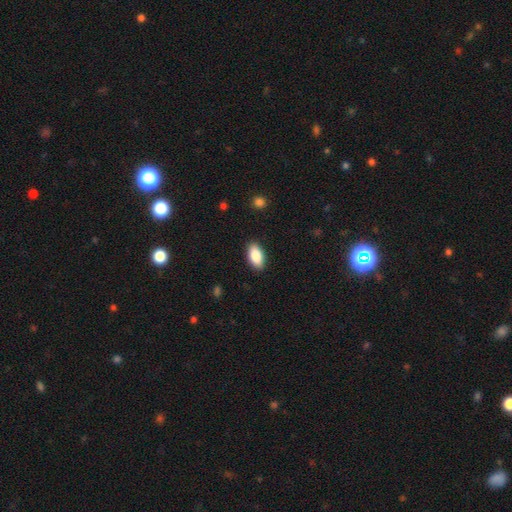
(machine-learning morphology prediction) smooth 88%, star or artifact 7%, featured or disk 6%. Down the decision tree: how rounded — in between (93%); merging — none (88%).